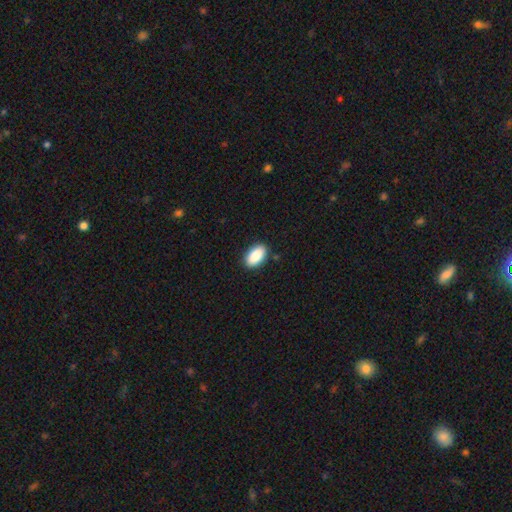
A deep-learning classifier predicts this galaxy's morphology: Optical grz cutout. It shows a smooth galaxy with no disk features (89%) that is in between round and cigar-shaped (94%). Merging: none (88%).